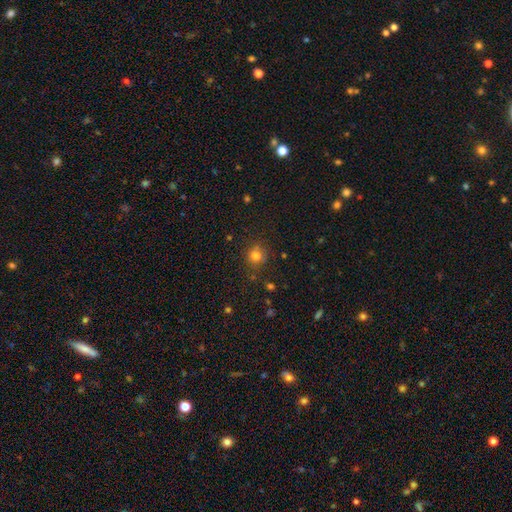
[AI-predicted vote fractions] A smooth galaxy with no disk features (79%) that is round (87%). Merging: none (80%).